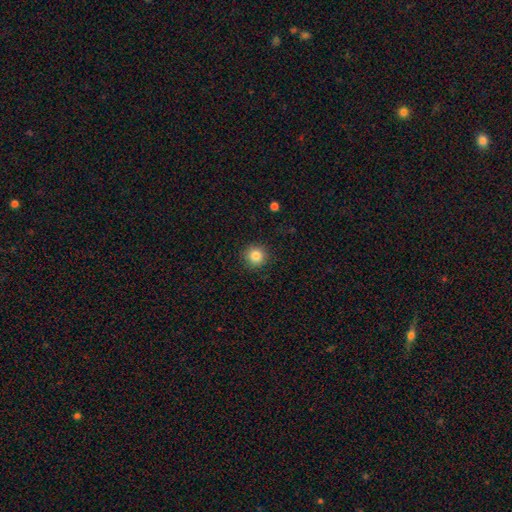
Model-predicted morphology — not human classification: smooth_or_featured: smooth (p=0.84) [alt: star or artifact p=0.11]
how_rounded: round (p=0.94) [alt: in between p=0.05]
merging: none (p=0.91) [alt: minor disturbance p=0.06]